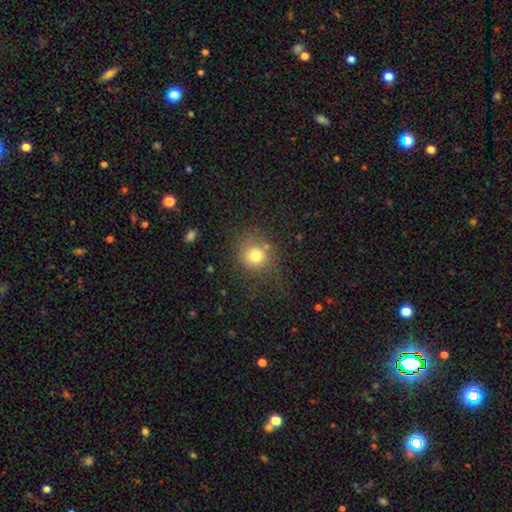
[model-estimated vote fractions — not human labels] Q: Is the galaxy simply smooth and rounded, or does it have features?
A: smooth — 76%.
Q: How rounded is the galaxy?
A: round — 83%.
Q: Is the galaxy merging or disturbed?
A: none — 68%.